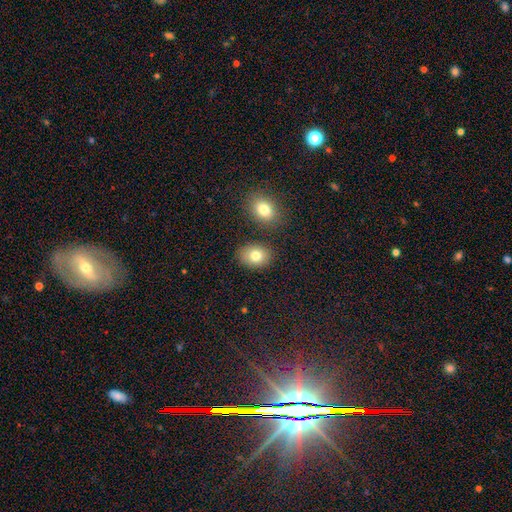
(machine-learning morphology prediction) smooth-or-featured: smooth: 80% | featured or disk: 11% | star or artifact: 10%
  how-rounded: in between: 63% | round: 36% | cigar-shaped: 1%
  merging: none: 80% | minor disturbance: 10% | merger: 7% | major disturbance: 3%